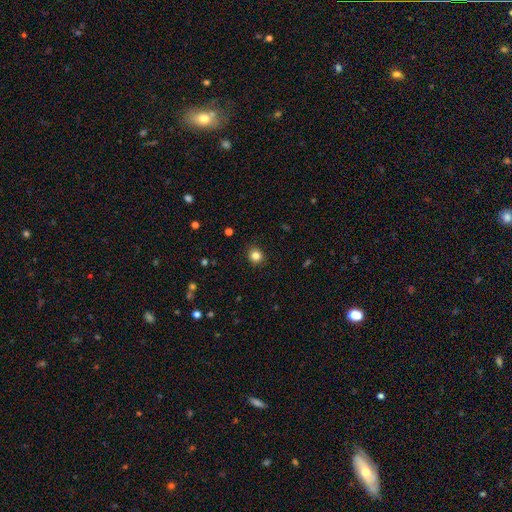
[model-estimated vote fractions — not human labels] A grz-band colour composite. It shows a smooth galaxy with no disk features (83%) that is round (86%). Merging: none (91%).